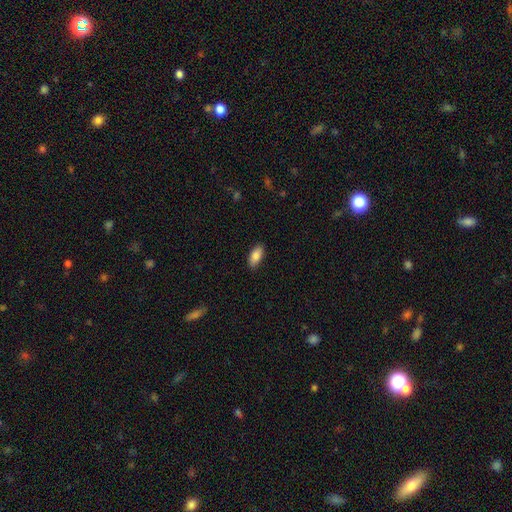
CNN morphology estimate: Smooth or featured? Predicted: smooth (p=0.86). How rounded? Predicted: in between (p=0.88). Merging? Predicted: none (p=0.88).